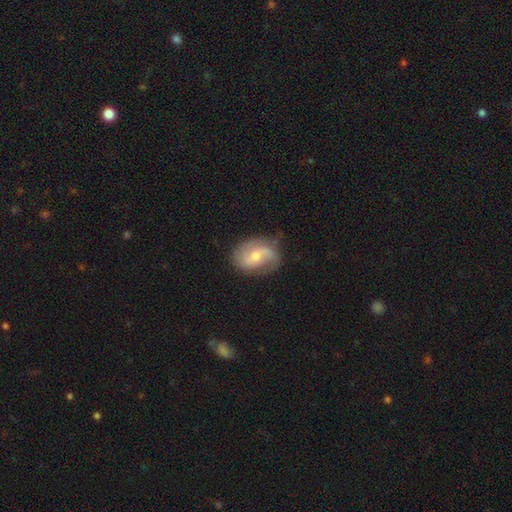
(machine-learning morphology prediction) Smooth or featured?
  - featured or disk: 70% *
  - smooth: 22%
  - star or artifact: 7%
Edge-on disk?
  - no: 97% *
  - yes: 3%
Bar?
  - no: 51% *
  - weak: 40%
  - strong: 9%
Spiral arms?
  - yes: 90% *
  - no: 10%
Spiral winding?
  - loose: 42% *
  - medium: 39%
  - tight: 19%
Spiral arm count?
  - 2: 70% *
  - 1: 12%
  - can't tell: 12%
  - 3: 3%
  - 4: 1%
  - more than 4: 1%
Bulge size?
  - moderate: 49% *
  - small: 47%
  - large: 2%
  - none: 2%
  - dominant: 1%
Merging?
  - none: 67% *
  - minor disturbance: 23%
  - major disturbance: 9%
  - merger: 2%